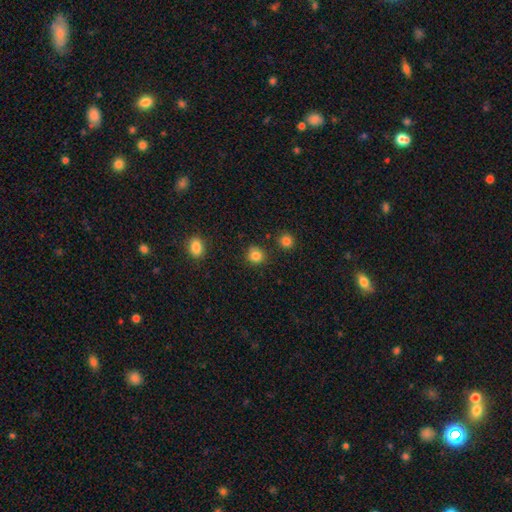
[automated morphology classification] This is clearly a smooth galaxy (84%). How rounded: clearly round (88%). Merging: clearly none (83%).